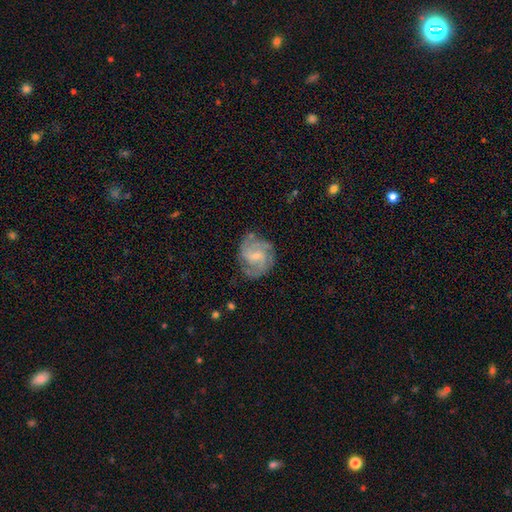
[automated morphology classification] featured or disk 79%, smooth 15%, star or artifact 6%. Down the decision tree: edge-on disk — no (98%); bar — weak (56%); spiral arms — yes (93%); spiral arm count — 2 (47%); spiral winding — medium (50%); bulge size — small (65%); merging — none (67%).